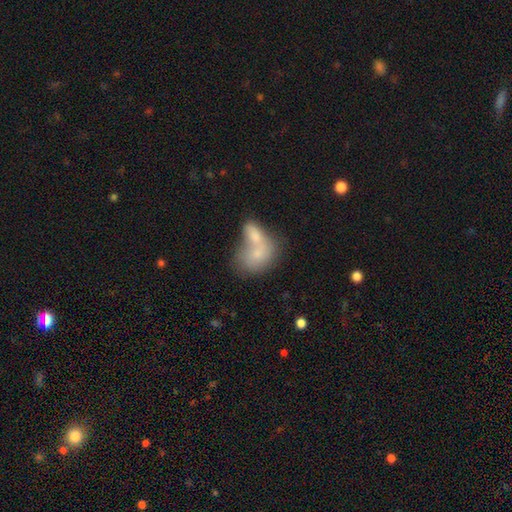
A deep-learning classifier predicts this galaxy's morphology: This is likely a smooth galaxy (74%). How rounded: likely in between (74%). Merging: likely merger (70%).